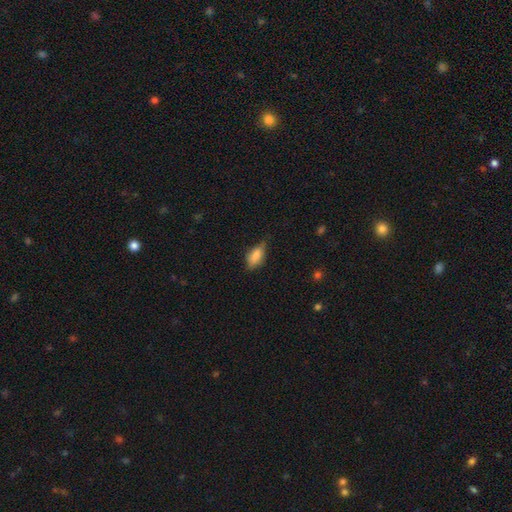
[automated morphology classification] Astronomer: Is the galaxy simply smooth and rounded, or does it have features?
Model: smooth — 83%.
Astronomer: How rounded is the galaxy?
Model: in between — 89%.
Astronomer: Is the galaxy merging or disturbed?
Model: none — 59%.